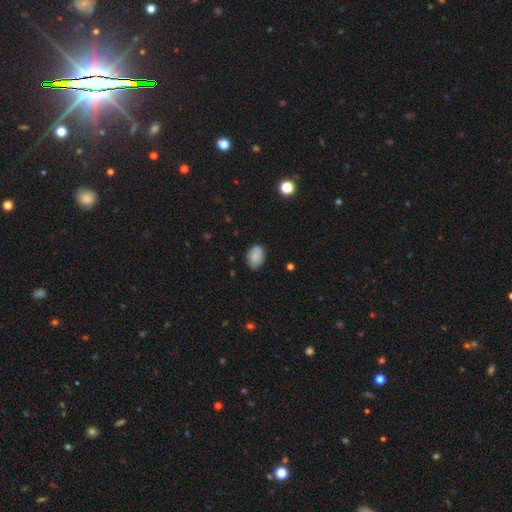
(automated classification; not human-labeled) Smooth or featured: smooth — 75% (featured or disk — 16%)
How rounded: in between — 79% (round — 20%)
Merging: none — 73% (minor disturbance — 20%)